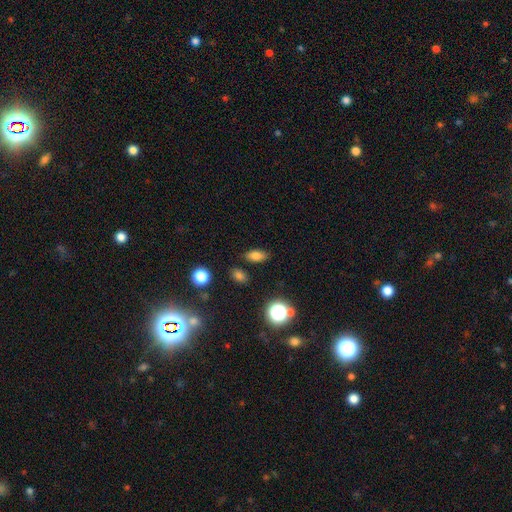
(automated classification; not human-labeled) Q: Smooth or featured?
A: smooth (78%); runner-up: star or artifact (14%)
Q: How rounded?
A: in between (84%); runner-up: round (8%)
Q: Merging?
A: none (83%); runner-up: minor disturbance (10%)